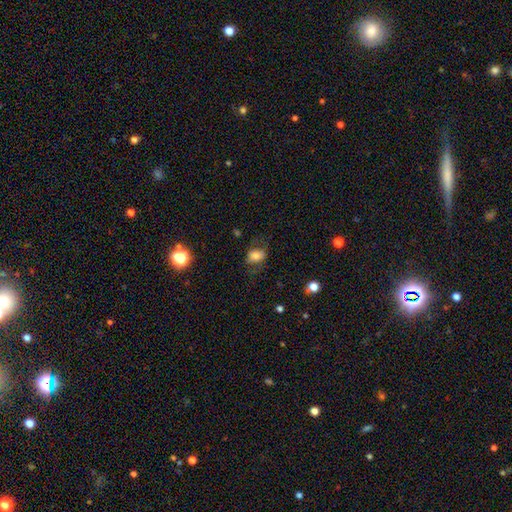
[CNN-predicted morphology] type=smooth (65%); roundness=in between (72%); merging=none (63%).